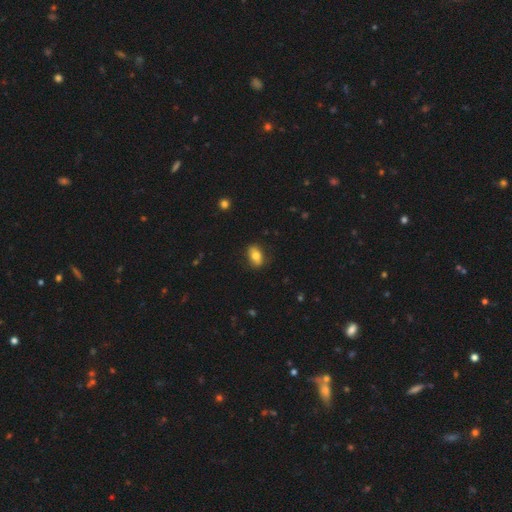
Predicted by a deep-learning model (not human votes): A smooth galaxy with no disk features (73%) that is in between round and cigar-shaped (84%). Merging: none (80%).